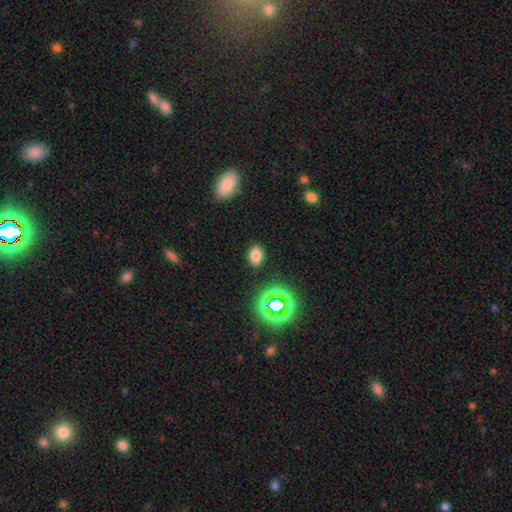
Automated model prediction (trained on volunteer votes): smooth 76%, star or artifact 18%, featured or disk 6%. Down the decision tree: how rounded — in between (70%); merging — none (87%).